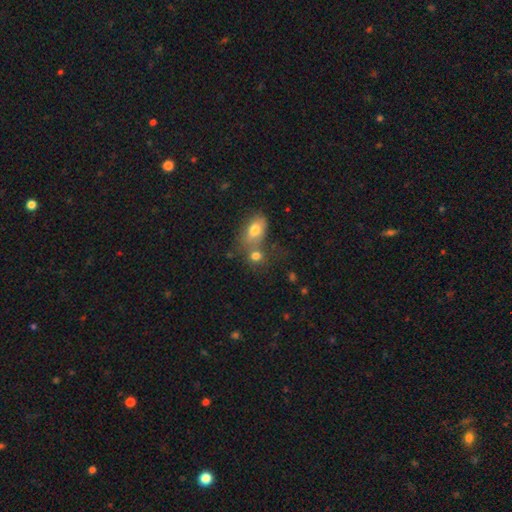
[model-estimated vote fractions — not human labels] smooth-or-featured: smooth: 75% | star or artifact: 13% | featured or disk: 12%
  how-rounded: round: 53% | in between: 44% | cigar-shaped: 2%
  merging: merger: 45% | none: 40% | minor disturbance: 10% | major disturbance: 5%